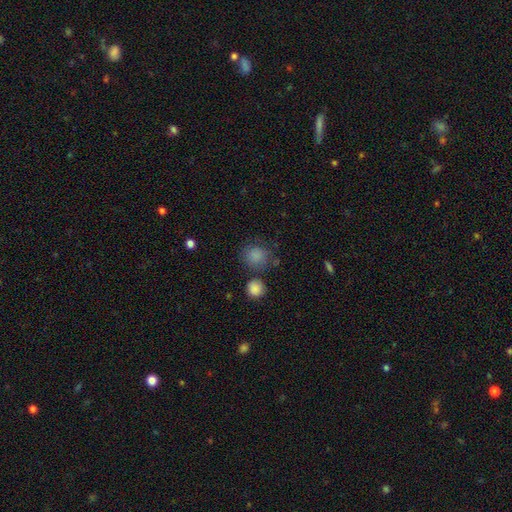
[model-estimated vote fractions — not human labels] A smooth galaxy with no disk features (84%) that is round (83%). Merging: none (69%).